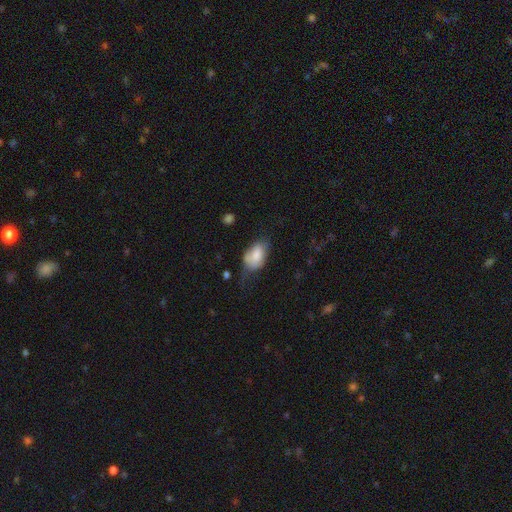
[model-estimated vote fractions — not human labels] Overall: smooth (76%). How rounded: in between (91%). Merging: minor disturbance (37%; none 35%).